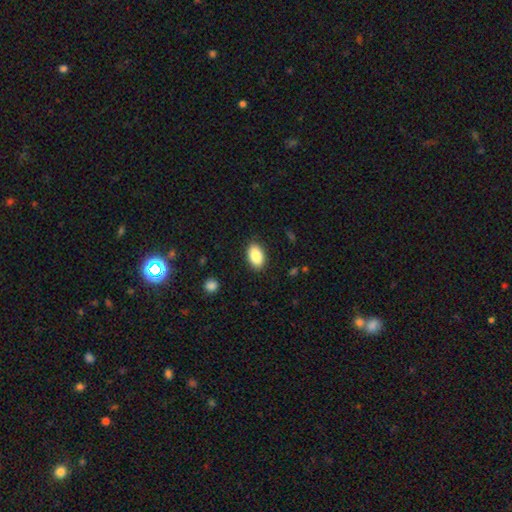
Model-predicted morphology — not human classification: Smooth or featured?
  - smooth: 88% *
  - star or artifact: 7%
  - featured or disk: 5%
How rounded?
  - in between: 92% *
  - round: 7%
  - cigar-shaped: 1%
Merging?
  - none: 87% *
  - minor disturbance: 9%
  - major disturbance: 2%
  - merger: 1%